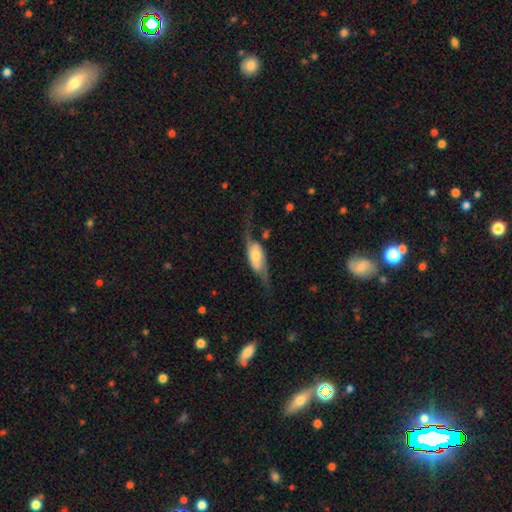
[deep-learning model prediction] Q: Smooth or featured?
A: featured or disk (64%); runner-up: smooth (30%)
Q: Edge-on disk?
A: no (72%); runner-up: yes (28%)
Q: Merging?
A: none (41%); runner-up: major disturbance (32%)